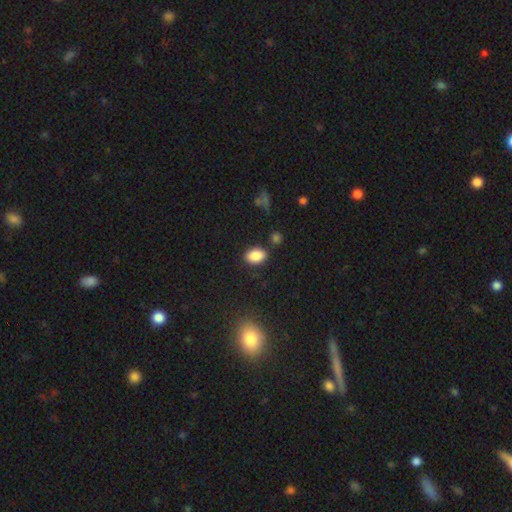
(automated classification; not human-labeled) A smooth galaxy with no disk features (86%) that is in between round and cigar-shaped (85%). Merging: none (81%).